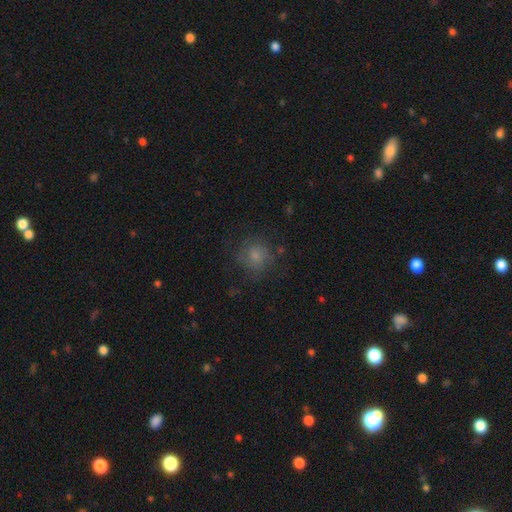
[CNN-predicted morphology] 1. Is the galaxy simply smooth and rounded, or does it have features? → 67% smooth, 20% featured or disk, 12% star or artifact.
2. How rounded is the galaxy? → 85% round, 14% in between, 1% cigar-shaped.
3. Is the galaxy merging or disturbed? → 71% none, 17% minor disturbance, 10% major disturbance, 2% merger.